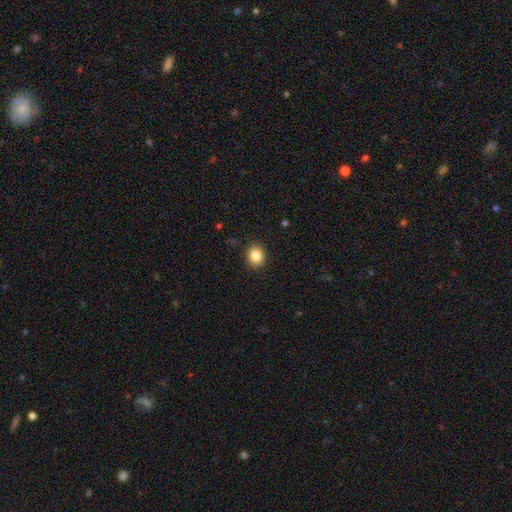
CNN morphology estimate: Smooth or featured?
  - smooth: 84% *
  - star or artifact: 10%
  - featured or disk: 6%
How rounded?
  - round: 60% *
  - in between: 39%
  - cigar-shaped: 1%
Merging?
  - none: 90% *
  - minor disturbance: 7%
  - major disturbance: 2%
  - merger: 1%